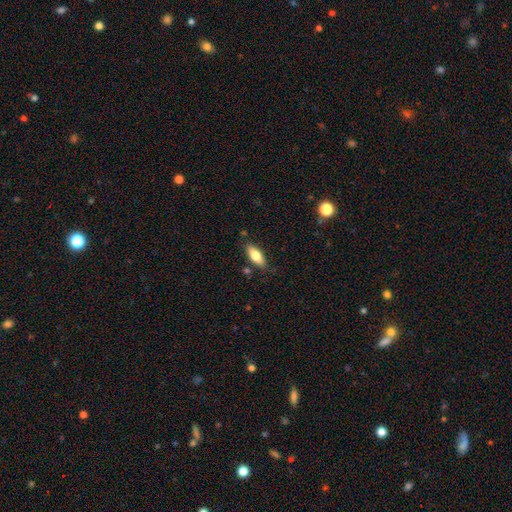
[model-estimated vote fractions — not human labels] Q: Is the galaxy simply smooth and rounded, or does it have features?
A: smooth — 75%.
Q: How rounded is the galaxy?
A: in between — 76%.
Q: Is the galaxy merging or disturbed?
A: none — 82%.